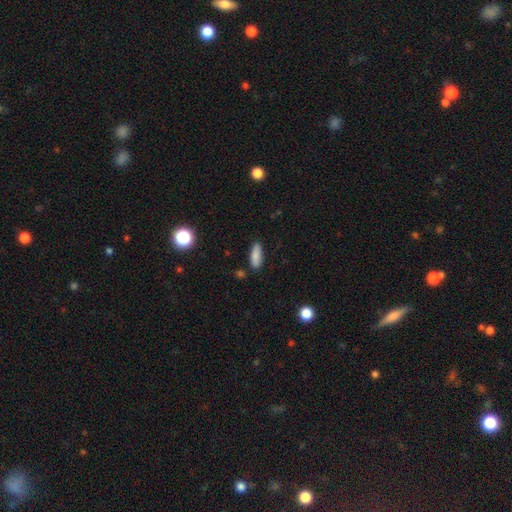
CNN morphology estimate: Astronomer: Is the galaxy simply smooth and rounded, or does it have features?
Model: smooth — 85%.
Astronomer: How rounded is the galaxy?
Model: in between — 61% (runner-up: cigar-shaped, 37%).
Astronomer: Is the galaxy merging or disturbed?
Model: none — 84%.